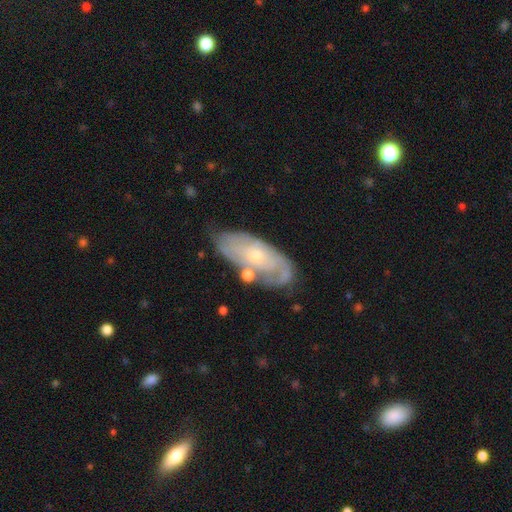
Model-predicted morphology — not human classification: This is likely a featured or disk galaxy (69%). It is clearly not viewed edge-on (90%). Bar: likely no (79%). Spiral arm pattern: likely yes (78%). Central bulge: likely small (68%). Merging: likely none (63%).